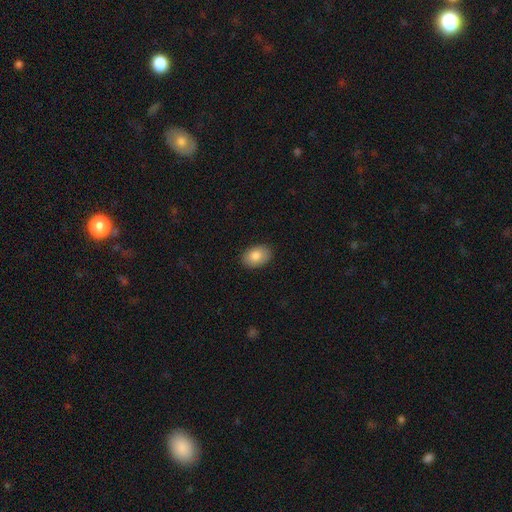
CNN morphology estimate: smooth 85%, featured or disk 8%, star or artifact 7%. Down the decision tree: how rounded — in between (84%); merging — none (88%).